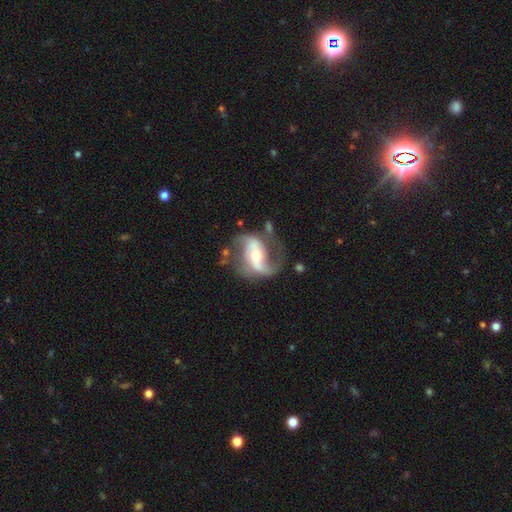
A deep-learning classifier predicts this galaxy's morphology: featured or disk 88%, smooth 7%, star or artifact 5%. Down the decision tree: edge-on disk — no (97%); bar — strong (40%); spiral arms — yes (95%); spiral arm count — 2 (87%); spiral winding — loose (47%); bulge size — moderate (59%); merging — none (61%).